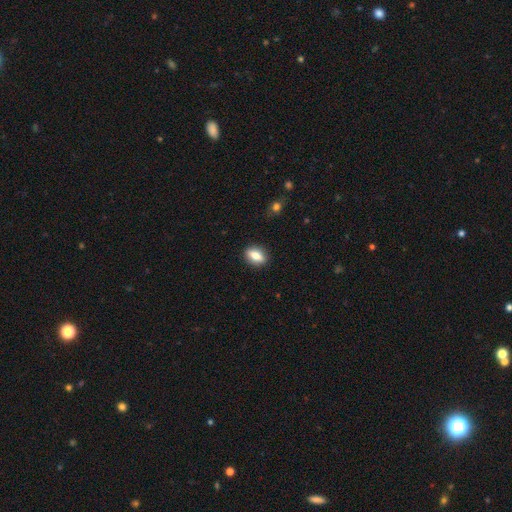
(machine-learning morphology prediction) type=smooth (76%); roundness=in between (76%); merging=none (88%).